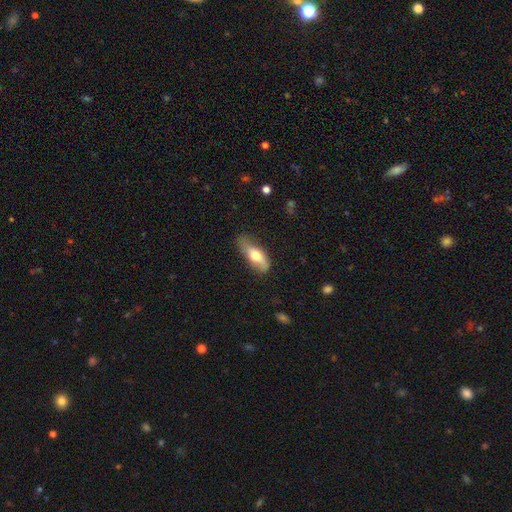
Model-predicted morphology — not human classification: type=smooth (61%); roundness=in between (66%); merging=none (55%).